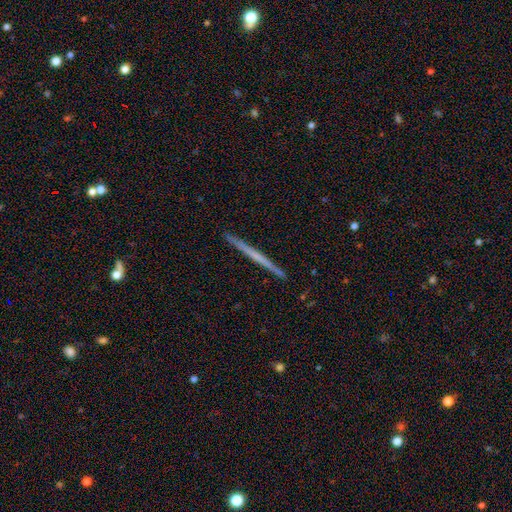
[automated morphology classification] featured or disk 56%, smooth 39%, star or artifact 5%. Down the decision tree: edge-on disk — yes (98%); edge-on bulge — none (88%); merging — none (92%).